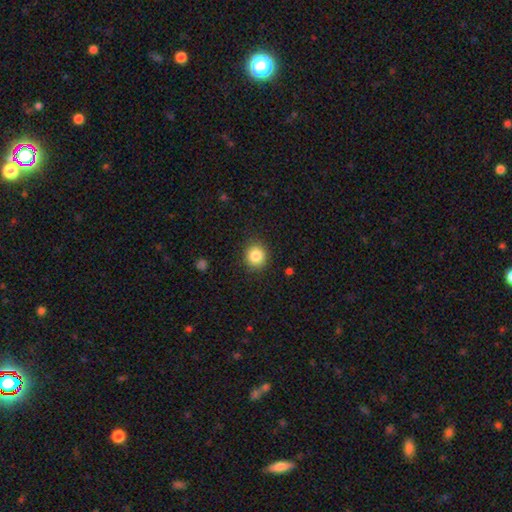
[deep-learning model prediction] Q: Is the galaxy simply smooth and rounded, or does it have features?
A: smooth — 85%.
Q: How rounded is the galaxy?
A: round — 87%.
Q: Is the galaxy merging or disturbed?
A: none — 89%.